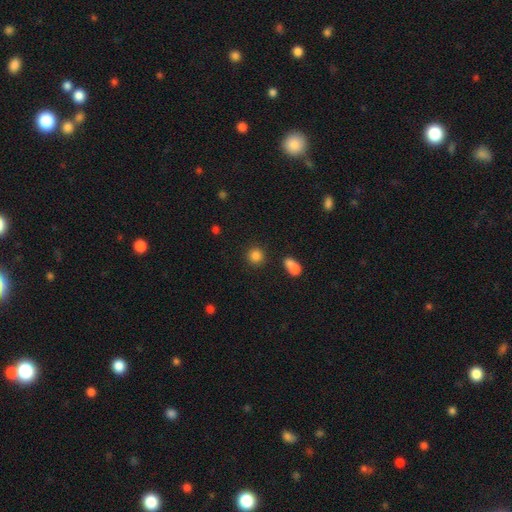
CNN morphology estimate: smooth_or_featured: smooth (p=0.84) [alt: star or artifact p=0.11]
how_rounded: round (p=0.90) [alt: in between p=0.08]
merging: none (p=0.82) [alt: minor disturbance p=0.08]